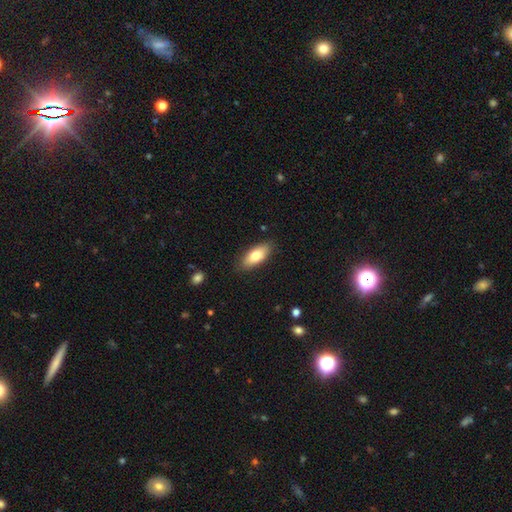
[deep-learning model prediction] smooth-or-featured: smooth: 76% | featured or disk: 18% | star or artifact: 6%
  how-rounded: in between: 81% | cigar-shaped: 16% | round: 2%
  merging: none: 86% | minor disturbance: 11% | major disturbance: 2% | merger: 1%